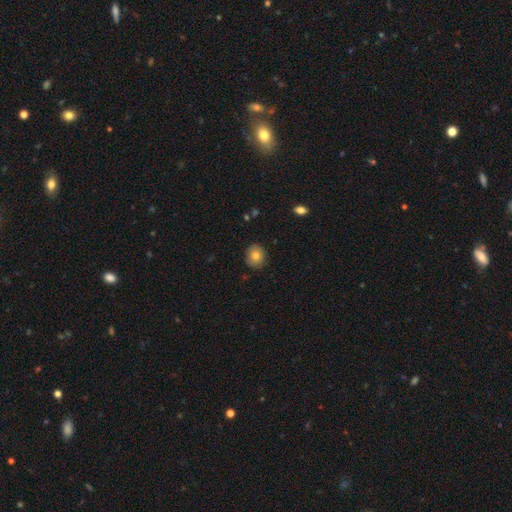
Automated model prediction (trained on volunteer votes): Smooth or featured: smooth — 79% (featured or disk — 12%)
How rounded: round — 68% (in between — 31%)
Merging: none — 87% (minor disturbance — 10%)